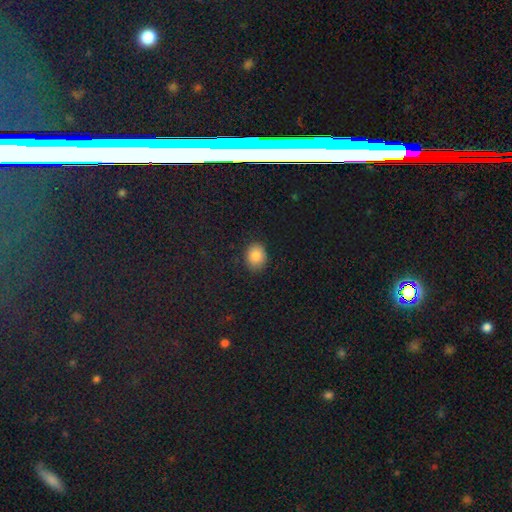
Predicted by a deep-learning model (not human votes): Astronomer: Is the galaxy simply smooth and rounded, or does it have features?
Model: smooth — 85%.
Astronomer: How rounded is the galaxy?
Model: round — 53% (runner-up: in between, 46%).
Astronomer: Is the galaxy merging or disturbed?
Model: none — 86%.